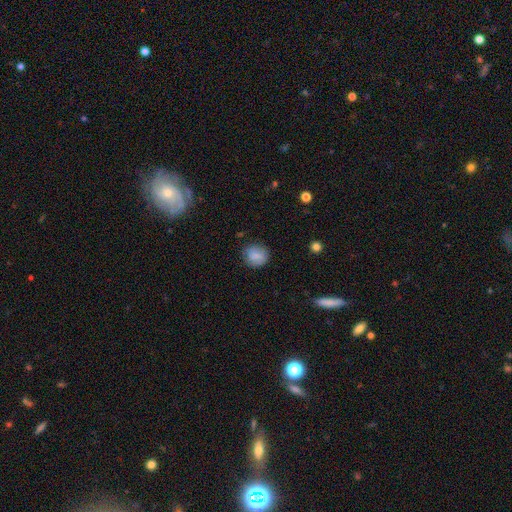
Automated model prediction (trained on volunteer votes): A smooth galaxy with no disk features (81%) that is round (78%).

Vote fractions:
- Smooth or featured? smooth: 81% / featured or disk: 10% / star or artifact: 9%
- How rounded? round: 78% / in between: 21% / cigar-shaped: 1%
- Merging? none: 79% / minor disturbance: 15% / major disturbance: 4% / merger: 1%